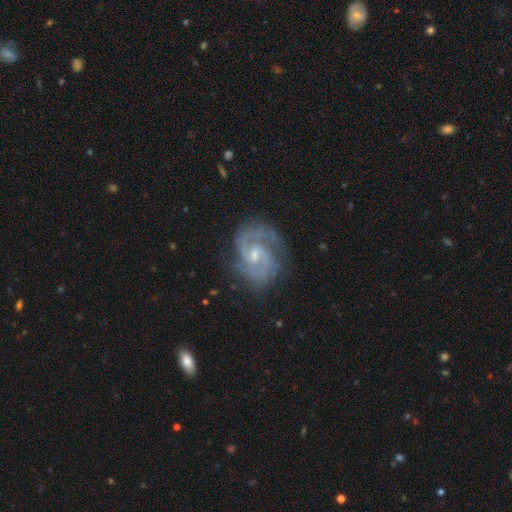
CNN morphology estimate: Overall: featured or disk (91%). Edge-on disk: no (98%). Bar: weak (53%; no 37%). Spiral arms: yes (98%). Spiral arm count: 2 (81%). Spiral winding: medium (50%; tight 42%). Bulge size: small (58%; moderate 35%). Merging: none (75%).